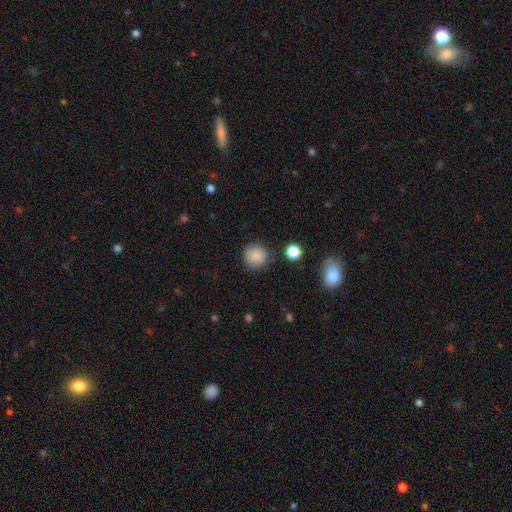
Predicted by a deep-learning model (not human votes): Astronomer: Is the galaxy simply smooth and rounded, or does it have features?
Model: smooth — 86%.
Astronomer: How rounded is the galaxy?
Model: round — 92%.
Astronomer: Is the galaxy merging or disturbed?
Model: none — 84%.